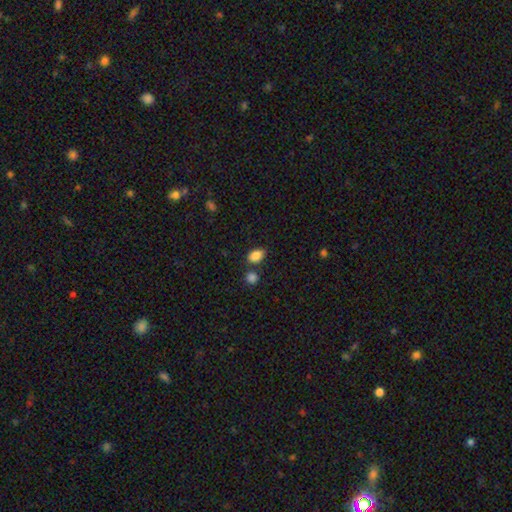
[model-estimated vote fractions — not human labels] smooth 86%, star or artifact 9%, featured or disk 5%. Down the decision tree: how rounded — in between (82%); merging — none (71%).